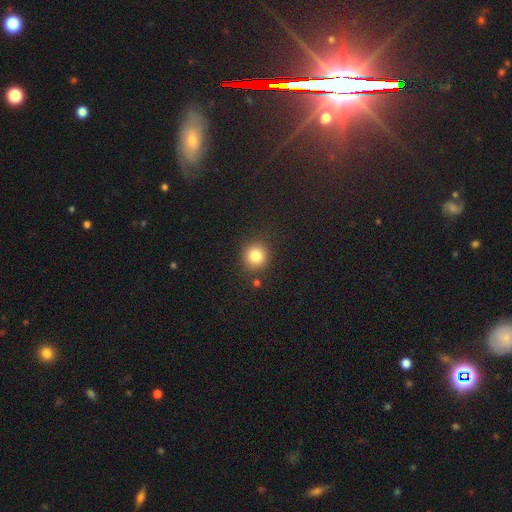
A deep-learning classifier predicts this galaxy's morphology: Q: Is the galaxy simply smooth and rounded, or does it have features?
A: smooth — 82%.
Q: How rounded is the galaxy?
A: round — 90%.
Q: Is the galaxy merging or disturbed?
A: none — 86%.